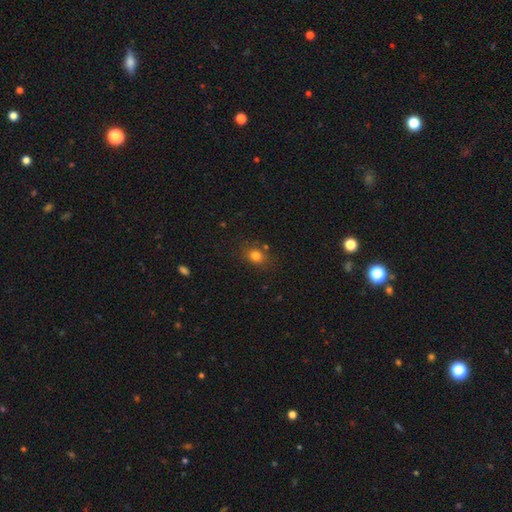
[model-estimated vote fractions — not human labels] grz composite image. It shows a smooth galaxy with no disk features (78%) that is round (55%). Merging: none (76%).